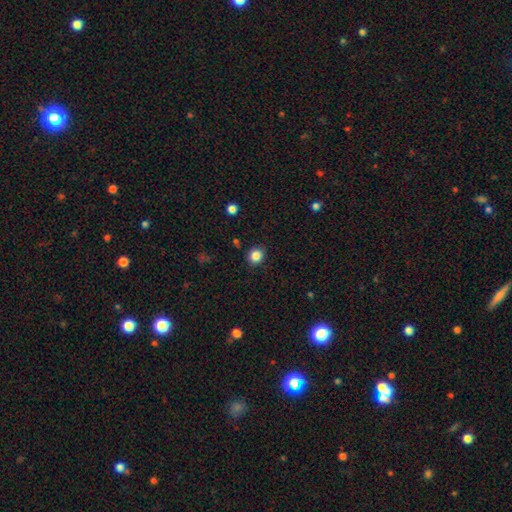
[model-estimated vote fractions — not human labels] Smooth or featured? Predicted: smooth (p=0.85). How rounded? Predicted: round (p=0.84). Merging? Predicted: none (p=0.89).